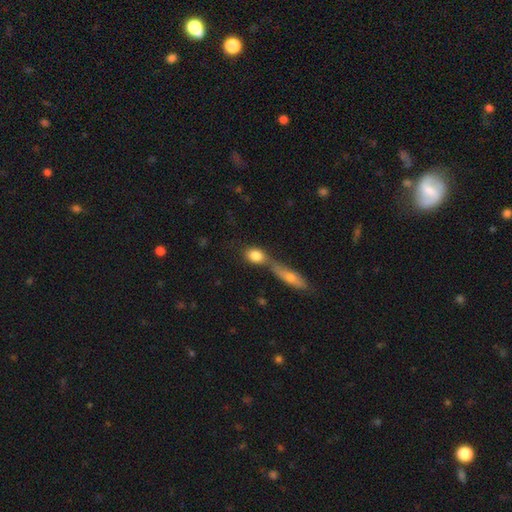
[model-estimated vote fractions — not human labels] A smooth galaxy with no disk features (80%) that is in between round and cigar-shaped (58%).

Vote fractions:
- Smooth or featured? smooth: 80% / featured or disk: 12% / star or artifact: 8%
- How rounded? in between: 58% / round: 34% / cigar-shaped: 8%
- Merging? merger: 47% / none: 38% / minor disturbance: 10% / major disturbance: 5%